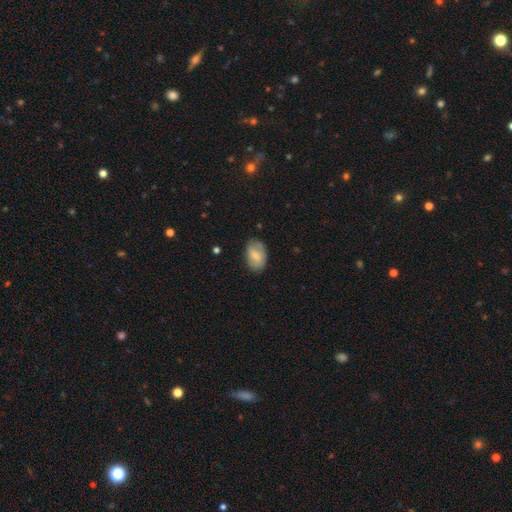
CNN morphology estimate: Smooth or featured?
  - smooth: 72% *
  - featured or disk: 21%
  - star or artifact: 7%
How rounded?
  - in between: 90% *
  - round: 9%
  - cigar-shaped: 1%
Merging?
  - none: 73% *
  - minor disturbance: 20%
  - major disturbance: 5%
  - merger: 1%